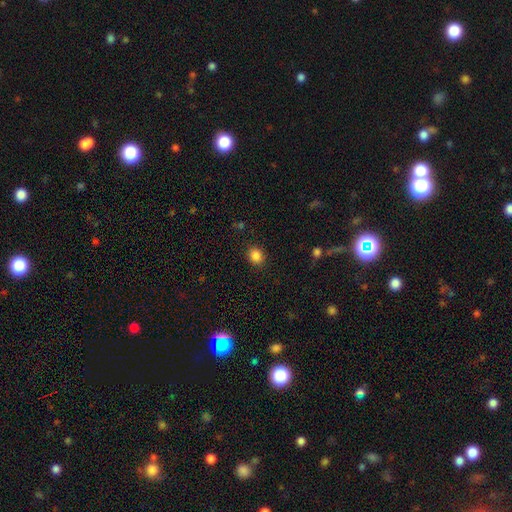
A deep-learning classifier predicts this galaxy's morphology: Smooth or featured? Predicted: smooth (p=0.86). How rounded? Predicted: round (p=0.73). Merging? Predicted: none (p=0.89).